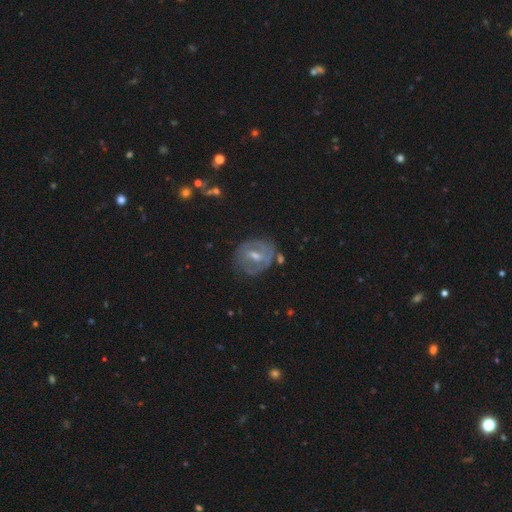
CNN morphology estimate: A featured or disk galaxy (67%) with a weak bar (50%), spiral arms (67%) and a moderate central bulge (54%).

Vote fractions:
- Smooth or featured? featured or disk: 67% / smooth: 22% / star or artifact: 11%
- Edge-on disk? no: 95% / yes: 5%
- Bar? weak: 50% / no: 26% / strong: 24%
- Spiral arms? yes: 67% / no: 33%
- Bulge size? moderate: 54% / small: 38% / none: 4% / large: 3% / dominant: 1%
- Merging? none: 71% / minor disturbance: 18% / major disturbance: 8% / merger: 3%